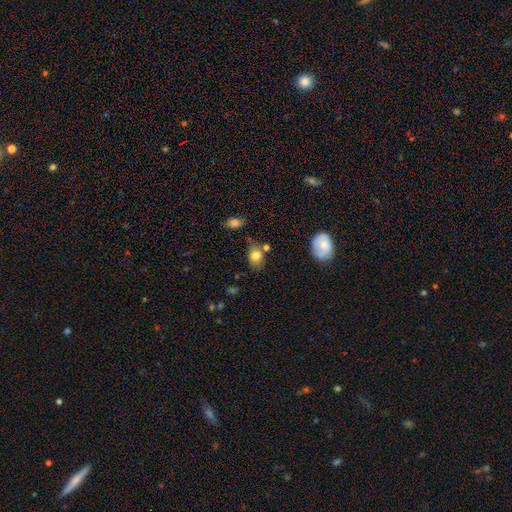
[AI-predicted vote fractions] smooth 79%, featured or disk 12%, star or artifact 9%. Down the decision tree: how rounded — in between (67%); merging — none (66%).